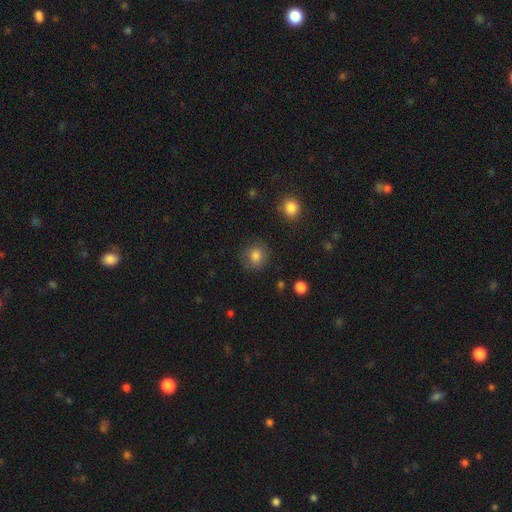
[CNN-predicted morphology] A smooth galaxy with no disk features (83%) that is round (85%).

Vote fractions:
- Smooth or featured? smooth: 83% / star or artifact: 10% / featured or disk: 6%
- How rounded? round: 85% / in between: 14% / cigar-shaped: 1%
- Merging? none: 84% / minor disturbance: 11% / major disturbance: 4% / merger: 2%